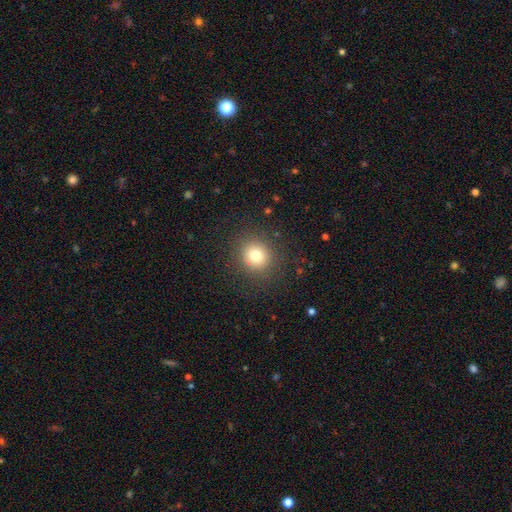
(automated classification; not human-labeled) smooth-or-featured: smooth: 77% | star or artifact: 14% | featured or disk: 9%
  how-rounded: round: 90% | in between: 9% | cigar-shaped: 1%
  merging: none: 88% | minor disturbance: 7% | major disturbance: 4% | merger: 1%